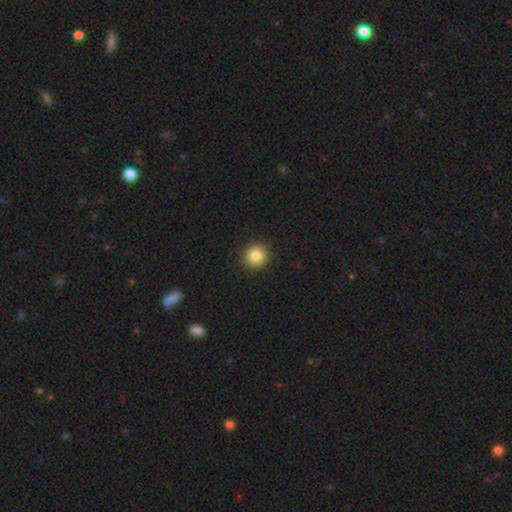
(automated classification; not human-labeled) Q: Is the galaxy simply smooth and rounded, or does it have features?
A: smooth — 85%.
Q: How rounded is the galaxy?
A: round — 93%.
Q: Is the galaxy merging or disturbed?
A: none — 92%.